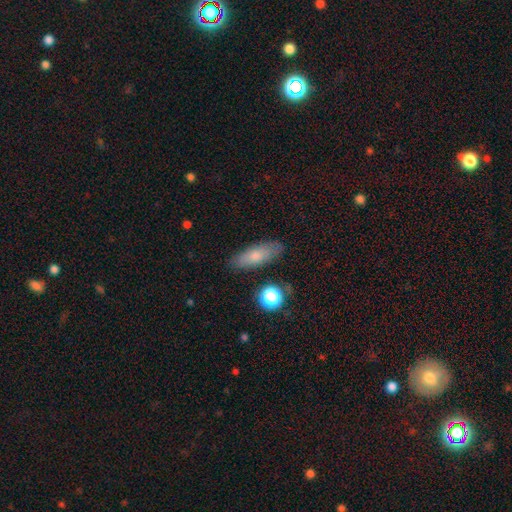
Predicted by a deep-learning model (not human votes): The model was most divided on "how rounded": in between: 63%, cigar-shaped: 34%, round: 4%. More confident: merging — none (83%); smooth or featured — smooth (74%).